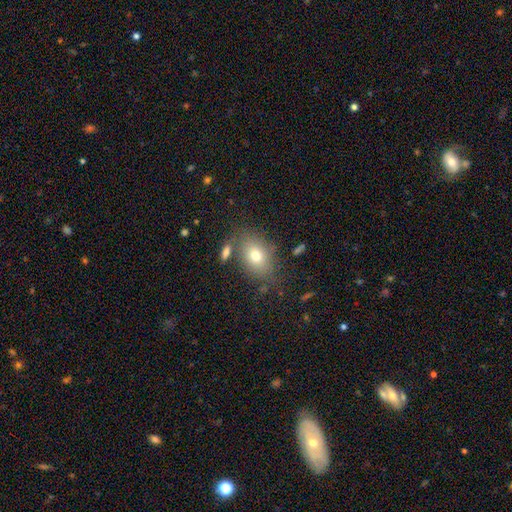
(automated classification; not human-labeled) A smooth galaxy with no disk features (74%) that is in between round and cigar-shaped (72%). Merging: none (73%).